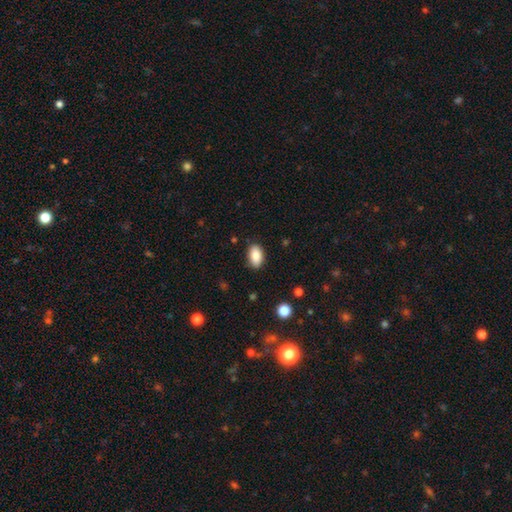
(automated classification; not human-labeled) Smooth or featured? Predicted: smooth (p=0.88). How rounded? Predicted: in between (p=0.93). Merging? Predicted: none (p=0.86).